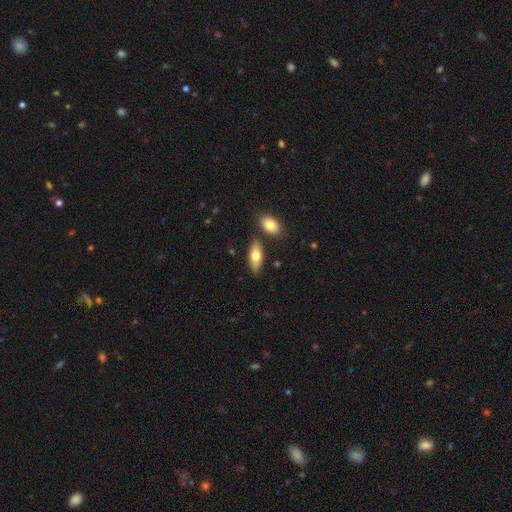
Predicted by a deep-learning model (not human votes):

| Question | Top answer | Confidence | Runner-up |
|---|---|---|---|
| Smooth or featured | smooth | 73% | featured or disk (21%) |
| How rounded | in between | 81% | cigar-shaped (16%) |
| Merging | none | 79% | minor disturbance (11%) |